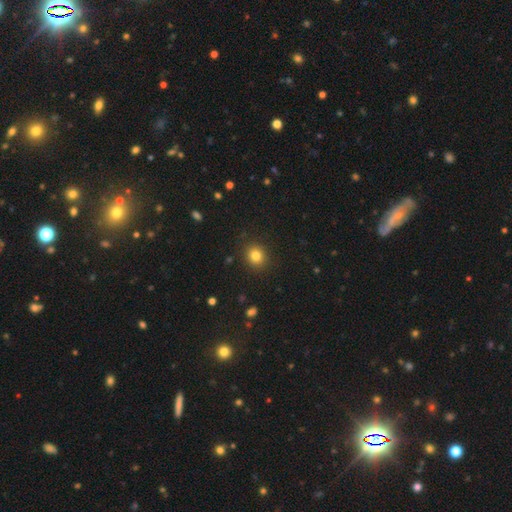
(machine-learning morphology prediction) smooth 83%, star or artifact 12%, featured or disk 6%. Down the decision tree: how rounded — round (78%); merging — none (89%).